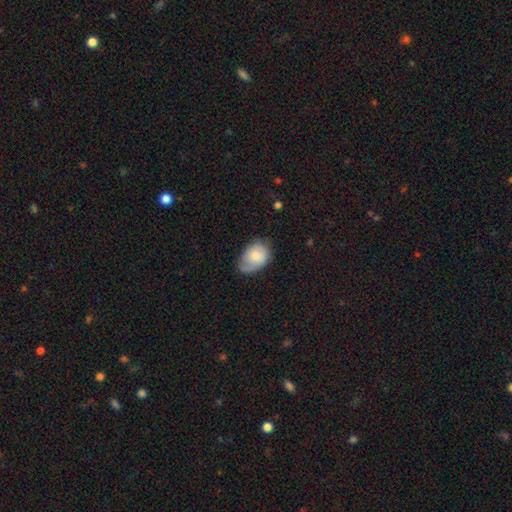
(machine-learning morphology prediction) type=smooth (64%); roundness=in between (81%); merging=none (54%).